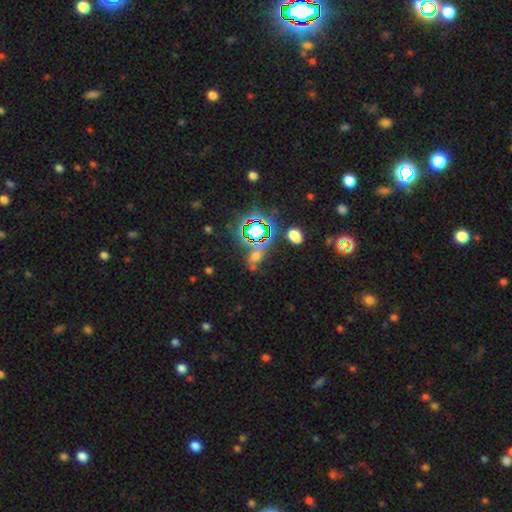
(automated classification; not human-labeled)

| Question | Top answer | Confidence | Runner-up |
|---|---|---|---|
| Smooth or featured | star or artifact | 53% | smooth (35%) |